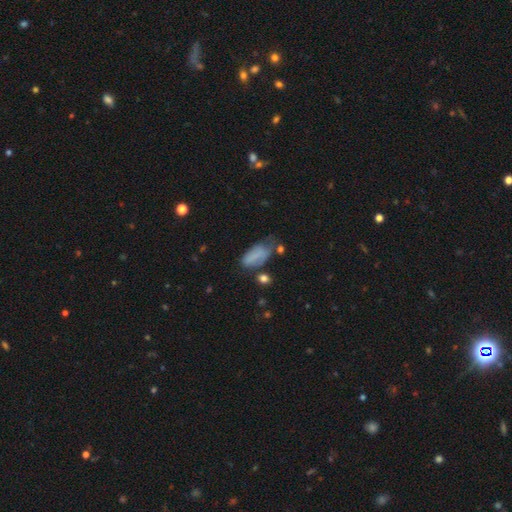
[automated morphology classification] type=smooth (74%); roundness=in between (89%); merging=none (37%).